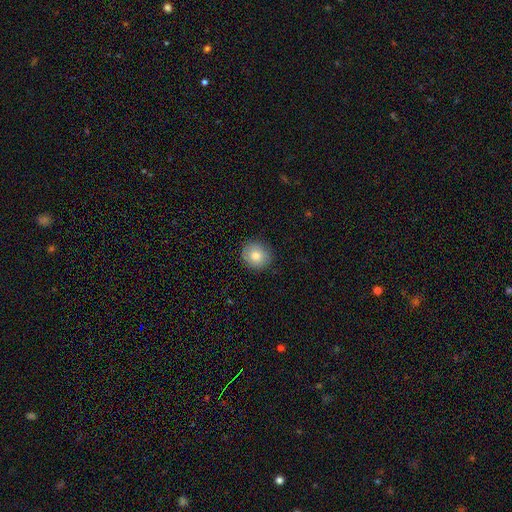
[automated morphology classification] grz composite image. It shows a smooth galaxy with no disk features (79%) that is round (81%). Merging: none (86%).